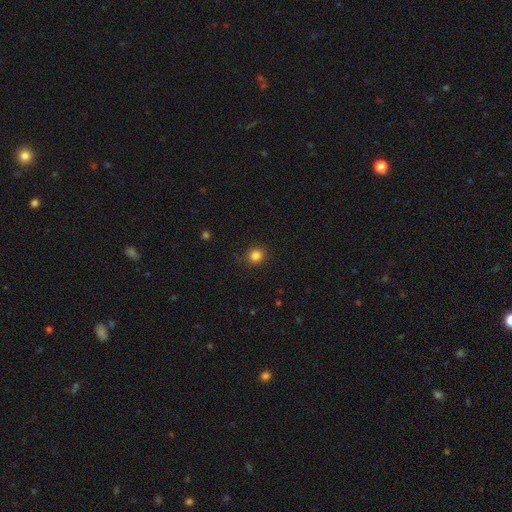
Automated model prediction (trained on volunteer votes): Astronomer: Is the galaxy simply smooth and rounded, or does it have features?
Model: smooth — 84%.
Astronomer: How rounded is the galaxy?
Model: round — 87%.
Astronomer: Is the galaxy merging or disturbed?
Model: none — 90%.